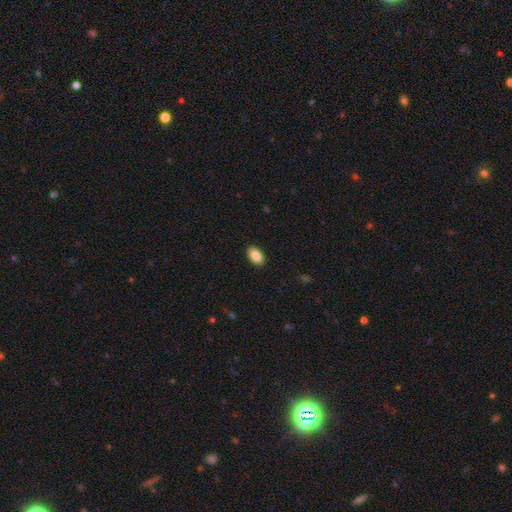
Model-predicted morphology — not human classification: Q: Smooth or featured?
A: smooth (86%); runner-up: star or artifact (7%)
Q: How rounded?
A: in between (93%); runner-up: round (6%)
Q: Merging?
A: none (90%); runner-up: minor disturbance (8%)